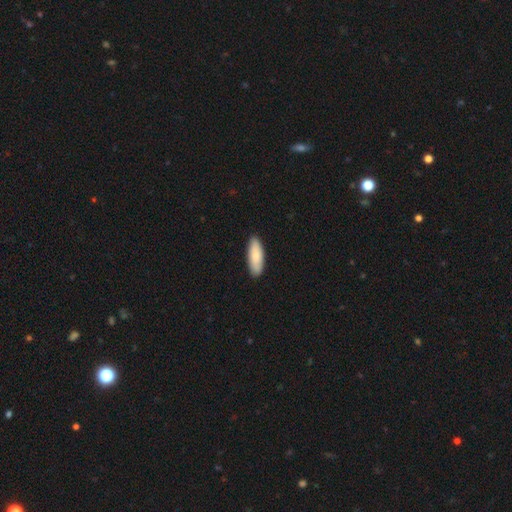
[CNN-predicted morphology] type=smooth (84%); roundness=in between (69%); merging=none (89%).